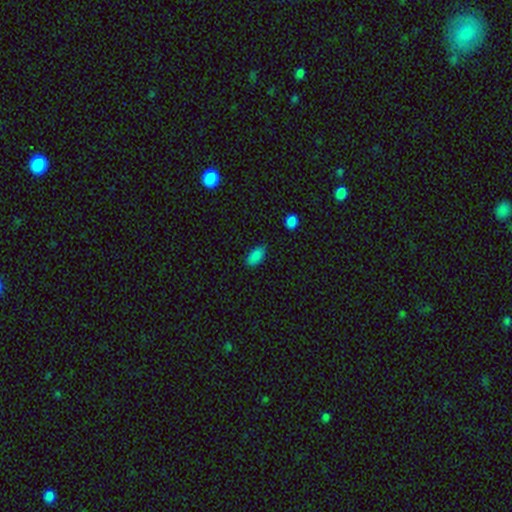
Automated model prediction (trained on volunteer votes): This is clearly a smooth galaxy (86%). How rounded: clearly in between (91%). Merging: likely none (78%).